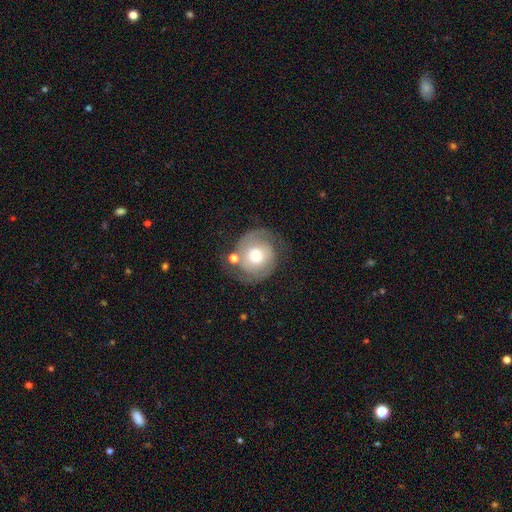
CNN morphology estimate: Smooth or featured? Predicted: featured or disk (p=0.72). Edge-on disk? Predicted: no (p=0.98). Bar? Predicted: no (p=0.76). Spiral arms? Predicted: yes (p=0.89). Spiral winding? Predicted: tight (p=0.52). Spiral arm count? Predicted: 2 (p=0.79). Bulge size? Predicted: moderate (p=0.61). Merging? Predicted: none (p=0.61).